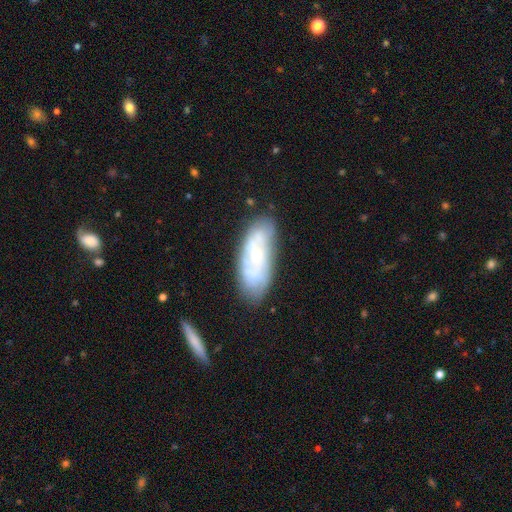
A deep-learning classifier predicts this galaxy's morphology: Smooth or featured?
  - featured or disk: 66% *
  - smooth: 27%
  - star or artifact: 7%
Edge-on disk?
  - no: 91% *
  - yes: 9%
Bar?
  - no: 73% *
  - weak: 22%
  - strong: 5%
Spiral arms?
  - yes: 78% *
  - no: 22%
Bulge size?
  - small: 66% *
  - moderate: 27%
  - none: 5%
  - large: 2%
  - dominant: 1%
Merging?
  - none: 72% *
  - minor disturbance: 18%
  - major disturbance: 5%
  - merger: 4%